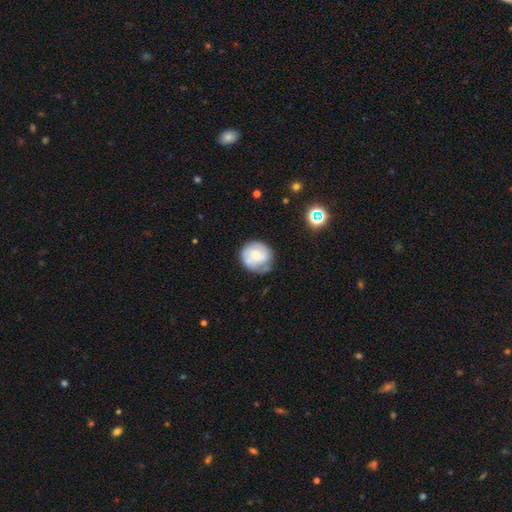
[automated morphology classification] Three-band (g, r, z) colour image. It shows a featured or disk galaxy (53%) with no bar (72%), spiral arms (74%) and a small central bulge (49%). Merging: none (62%).